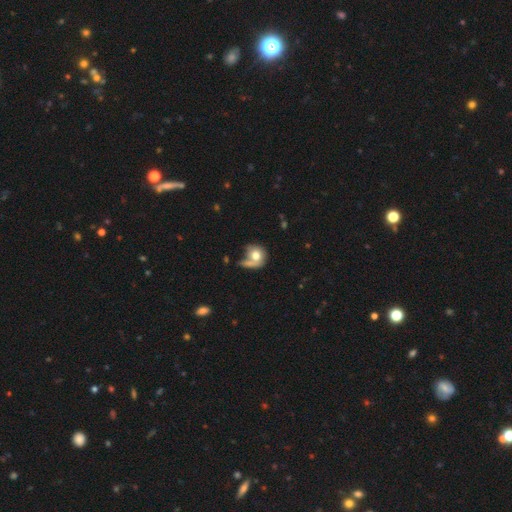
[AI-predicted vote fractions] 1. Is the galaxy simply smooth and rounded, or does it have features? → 68% smooth, 24% featured or disk, 8% star or artifact.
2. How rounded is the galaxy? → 72% round, 26% in between, 2% cigar-shaped.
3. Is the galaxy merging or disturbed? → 37% none, 22% major disturbance, 22% merger, 18% minor disturbance.